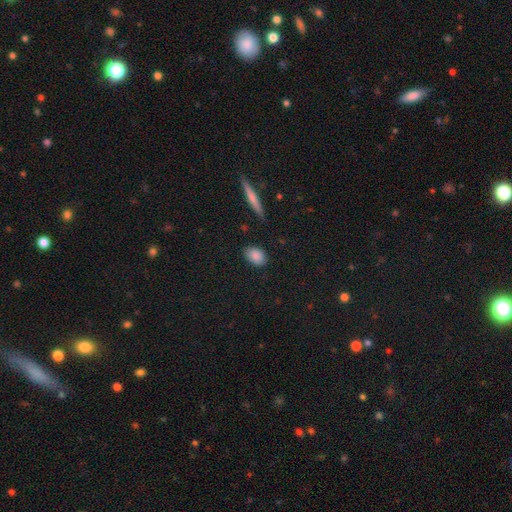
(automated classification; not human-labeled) A smooth galaxy with no disk features (87%) that is in between round and cigar-shaped (82%).

Vote fractions:
- Smooth or featured? smooth: 87% / star or artifact: 8% / featured or disk: 6%
- How rounded? in between: 82% / round: 16% / cigar-shaped: 2%
- Merging? none: 85% / minor disturbance: 11% / major disturbance: 2% / merger: 2%